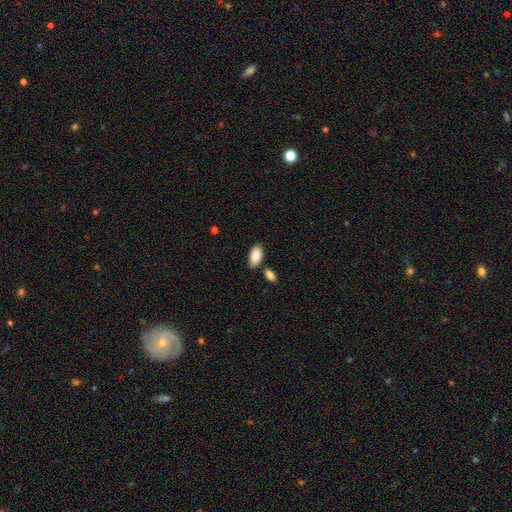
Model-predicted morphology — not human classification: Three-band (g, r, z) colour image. It shows a smooth galaxy with no disk features (87%) that is in between round and cigar-shaped (94%). Merging: none (77%).